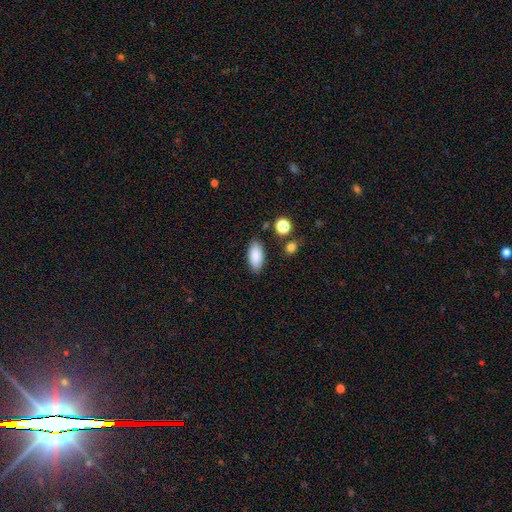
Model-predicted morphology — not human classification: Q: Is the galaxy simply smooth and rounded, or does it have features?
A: smooth — 86%.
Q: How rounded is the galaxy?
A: in between — 89%.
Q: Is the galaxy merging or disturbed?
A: none — 84%.